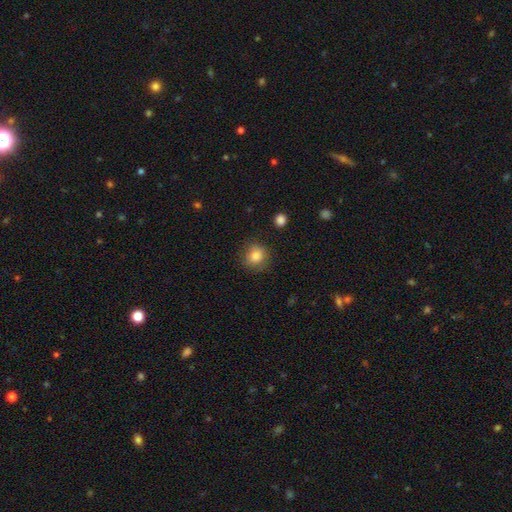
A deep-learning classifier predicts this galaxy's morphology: This appears to be a smooth galaxy with no disk features (84%) that is round (83%). Merging: none (82%).